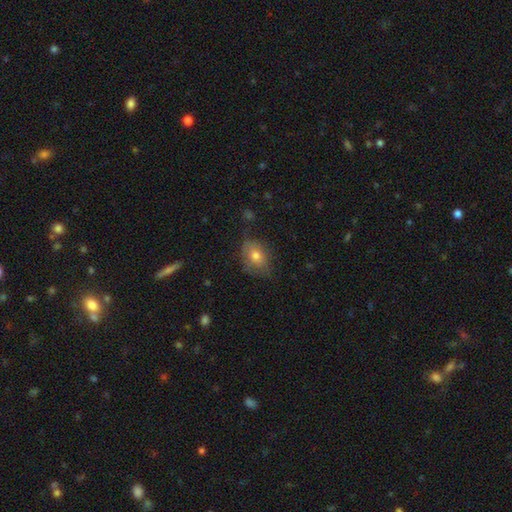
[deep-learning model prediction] Smooth or featured?
  - smooth: 73% *
  - featured or disk: 18%
  - star or artifact: 9%
How rounded?
  - in between: 72% *
  - round: 27%
  - cigar-shaped: 1%
Merging?
  - none: 62% *
  - minor disturbance: 28%
  - major disturbance: 9%
  - merger: 2%